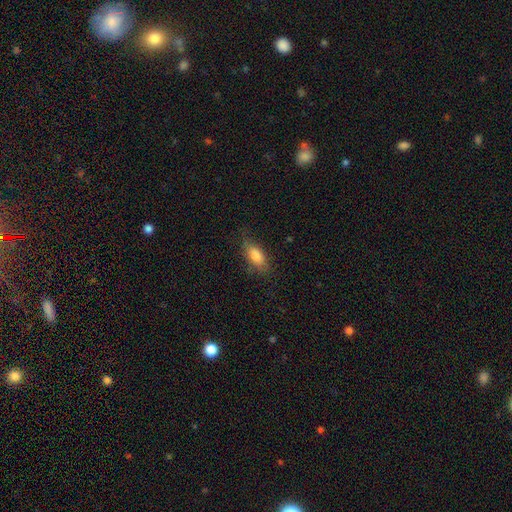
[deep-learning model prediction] Morphology: type=smooth (80%); roundness=in between (85%); merging=none (73%).